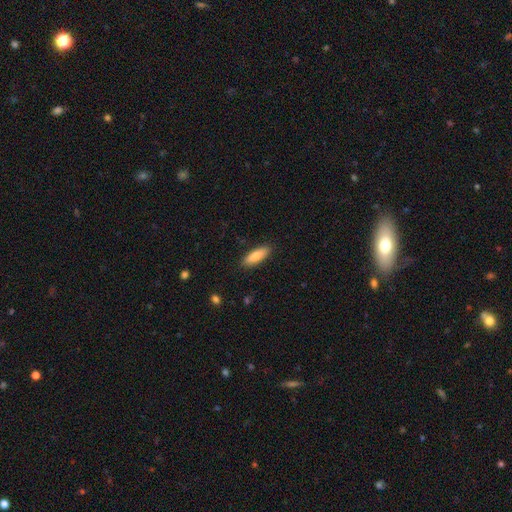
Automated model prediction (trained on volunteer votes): smooth_or_featured: smooth (p=0.80) [alt: featured or disk p=0.14]
how_rounded: in between (p=0.55) [alt: cigar-shaped p=0.43]
merging: none (p=0.88) [alt: minor disturbance p=0.09]